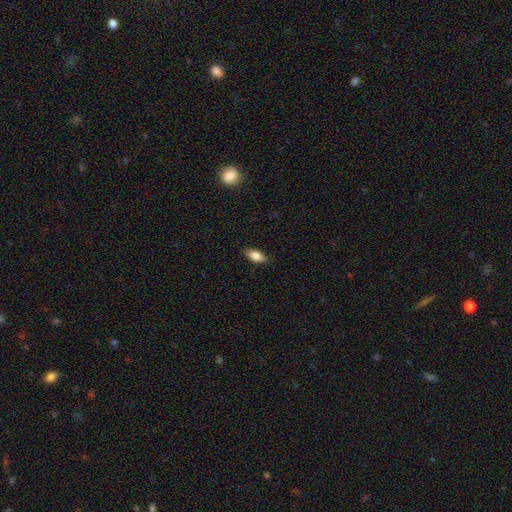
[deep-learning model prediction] This is clearly a smooth galaxy (80%). How rounded: clearly in between (84%). Merging: clearly none (85%).